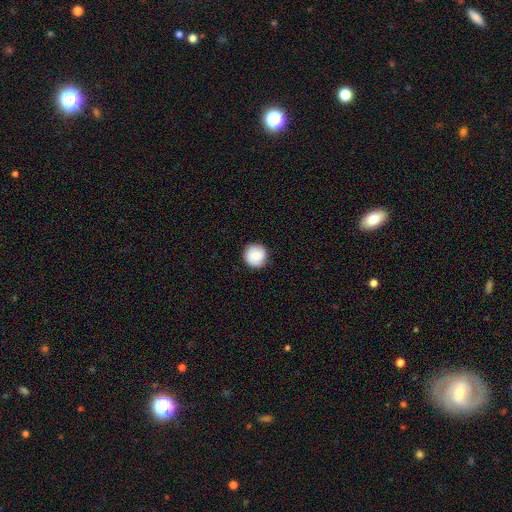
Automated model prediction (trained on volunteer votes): Q: Smooth or featured?
A: smooth (79%); runner-up: featured or disk (14%)
Q: How rounded?
A: round (95%); runner-up: in between (4%)
Q: Merging?
A: none (89%); runner-up: minor disturbance (8%)